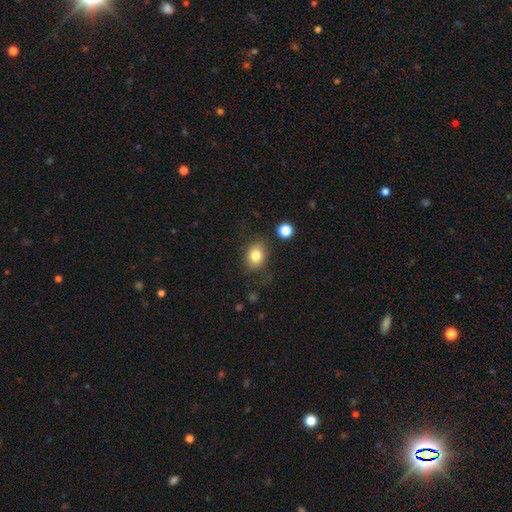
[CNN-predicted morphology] This appears to be a smooth galaxy with no disk features (81%) that is in between round and cigar-shaped (56%). Merging: none (76%).